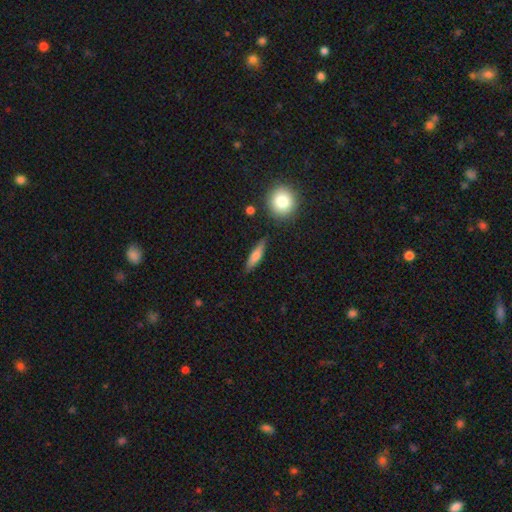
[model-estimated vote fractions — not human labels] smooth_or_featured: smooth (p=0.68) [alt: featured or disk p=0.25]
how_rounded: cigar-shaped (p=0.70) [alt: in between p=0.26]
merging: none (p=0.82) [alt: minor disturbance p=0.12]